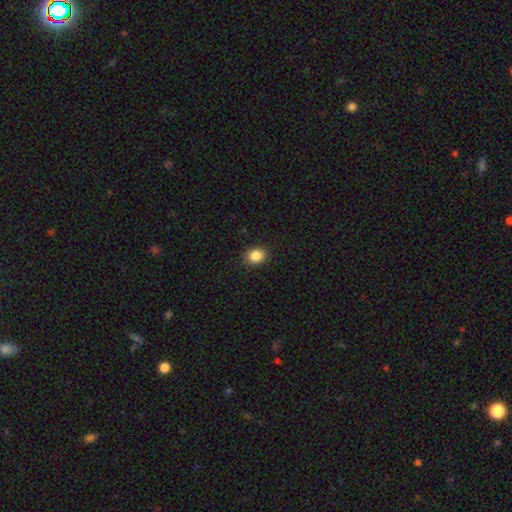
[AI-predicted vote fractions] smooth-or-featured: smooth: 86% | star or artifact: 10% | featured or disk: 4%
  how-rounded: round: 55% | in between: 44% | cigar-shaped: 1%
  merging: none: 90% | minor disturbance: 7% | major disturbance: 2% | merger: 1%